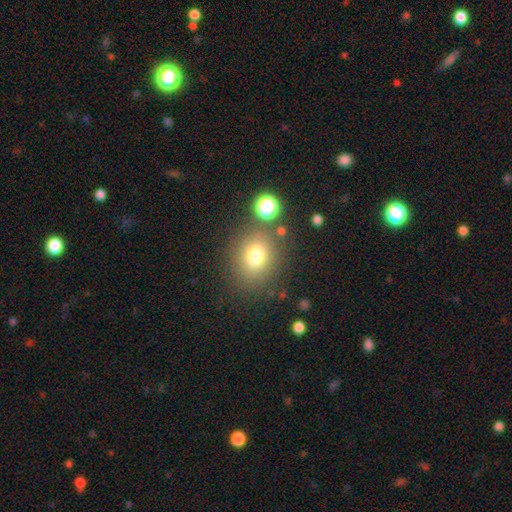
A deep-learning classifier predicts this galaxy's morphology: smooth-or-featured: smooth: 76% | star or artifact: 14% | featured or disk: 10%
  how-rounded: round: 65% | in between: 34% | cigar-shaped: 1%
  merging: none: 78% | minor disturbance: 11% | merger: 6% | major disturbance: 5%